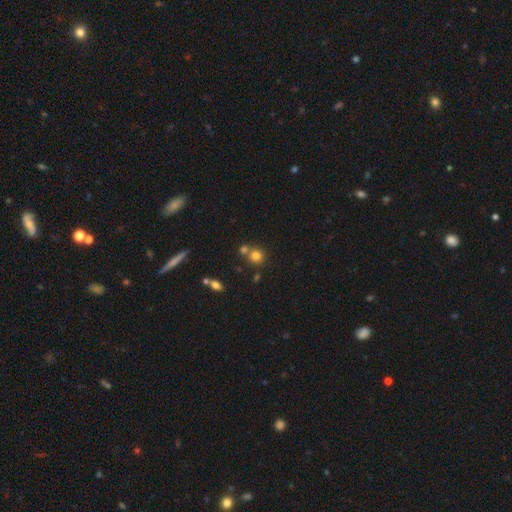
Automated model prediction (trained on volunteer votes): Smooth or featured?
  - smooth: 77% *
  - star or artifact: 14%
  - featured or disk: 8%
How rounded?
  - round: 88% *
  - in between: 11%
  - cigar-shaped: 1%
Merging?
  - none: 59% *
  - merger: 30%
  - minor disturbance: 8%
  - major disturbance: 3%